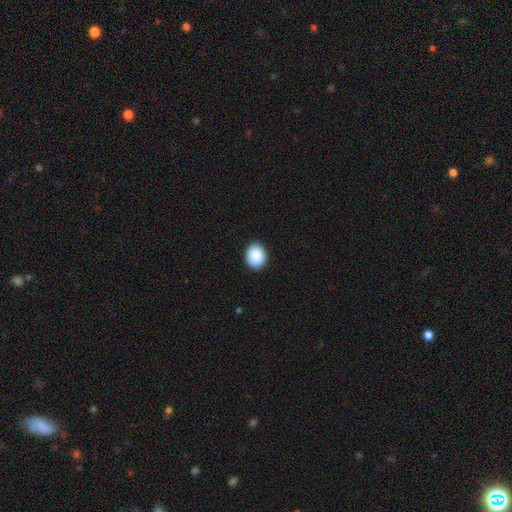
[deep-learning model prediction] A smooth galaxy with no disk features (90%) that is in between round and cigar-shaped (53%). Merging: none (90%).